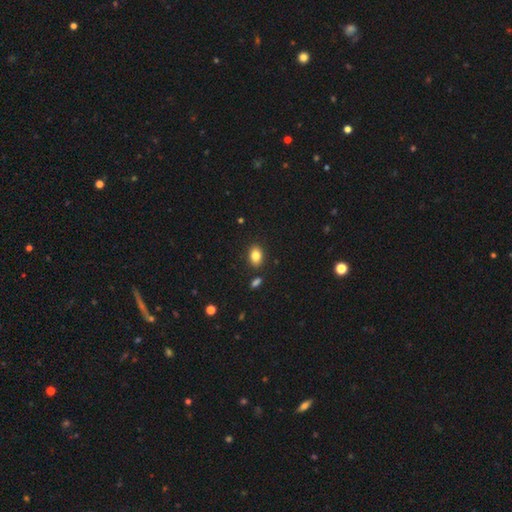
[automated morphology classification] Smooth or featured? smooth (83%)
How rounded? in between (80%)
Merging? none (85%)